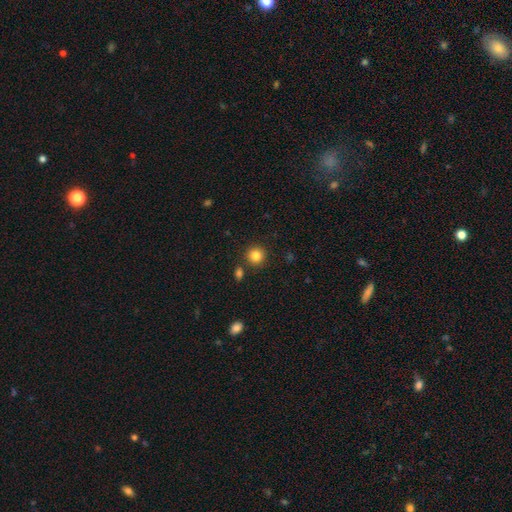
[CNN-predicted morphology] This appears to be a smooth galaxy with no disk features (84%) that is round (93%). Merging: none (86%).